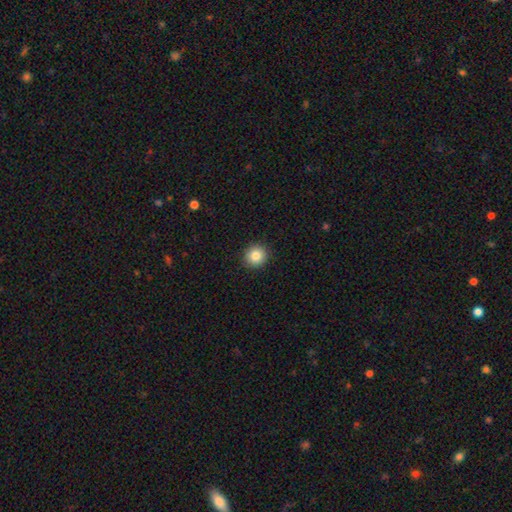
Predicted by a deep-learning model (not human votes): smooth_or_featured: smooth (p=0.84) [alt: star or artifact p=0.10]
how_rounded: round (p=0.93) [alt: in between p=0.06]
merging: none (p=0.92) [alt: minor disturbance p=0.05]